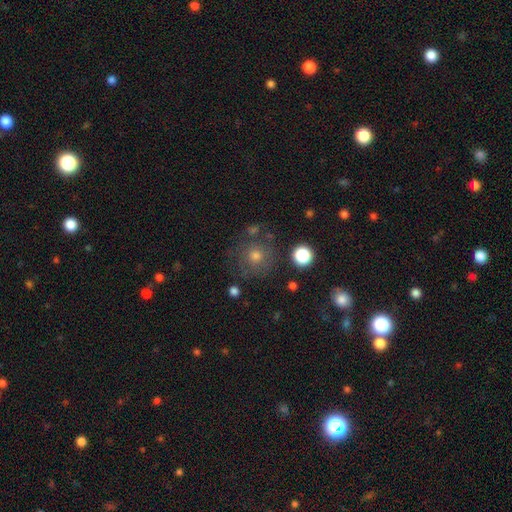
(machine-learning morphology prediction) A smooth galaxy with no disk features (60%) that is round (92%). Merging: none (76%).